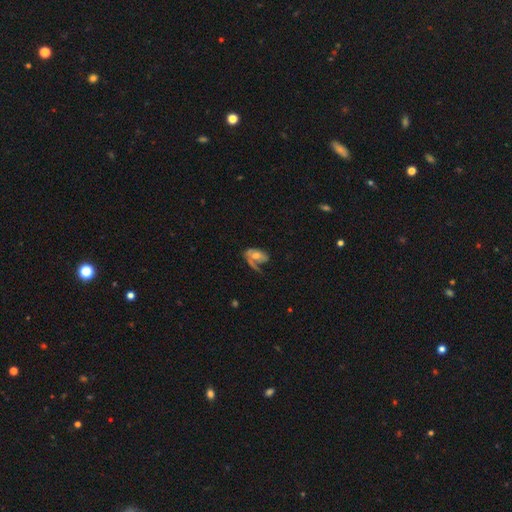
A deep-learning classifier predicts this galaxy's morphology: This is possibly a featured or disk galaxy (58%). It is clearly not viewed edge-on (95%). Bar: likely no (67%). Spiral arm pattern: likely yes (69%). Central bulge: possibly moderate (59%). Merging: marginally none (35%, tied with major disturbance).